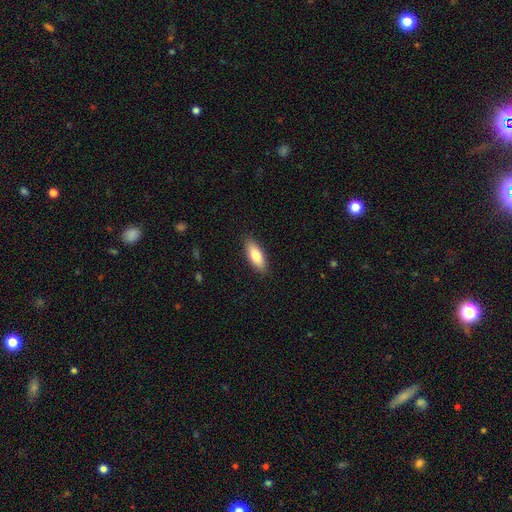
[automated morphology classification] type=smooth (79%); roundness=in between (72%); merging=none (89%).